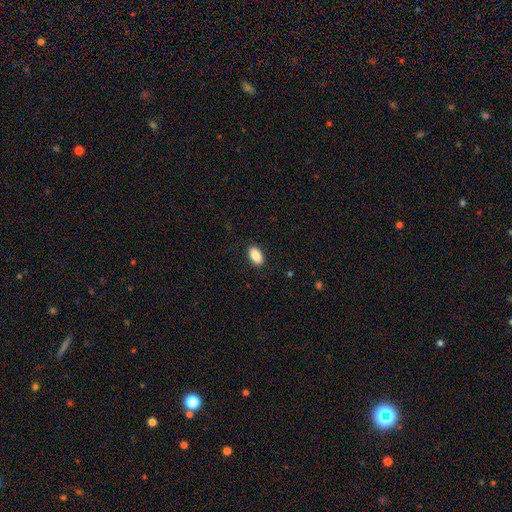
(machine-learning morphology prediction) smooth-or-featured: smooth: 88% | star or artifact: 7% | featured or disk: 5%
  how-rounded: in between: 93% | round: 5% | cigar-shaped: 2%
  merging: none: 88% | minor disturbance: 9% | major disturbance: 2% | merger: 1%